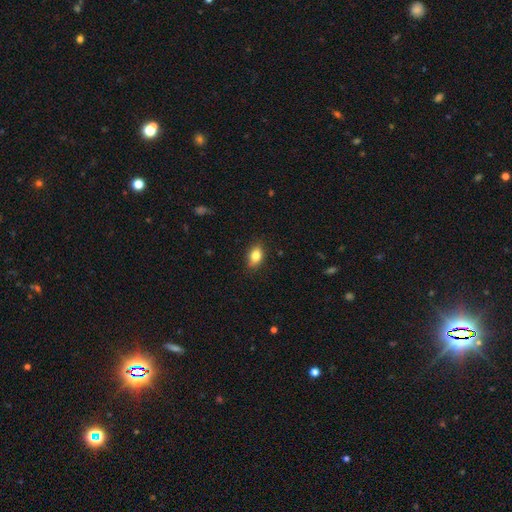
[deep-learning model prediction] Morphology: type=smooth (83%); roundness=in between (83%); merging=none (85%).